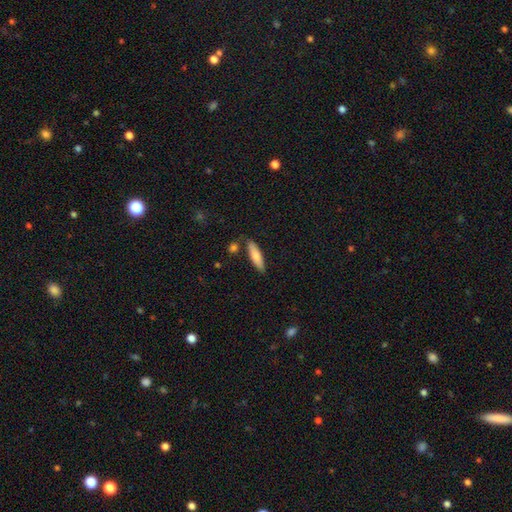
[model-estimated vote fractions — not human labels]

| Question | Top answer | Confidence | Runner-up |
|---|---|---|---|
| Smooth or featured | smooth | 75% | featured or disk (19%) |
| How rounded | cigar-shaped | 62% | in between (36%) |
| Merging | none | 80% | minor disturbance (12%) |